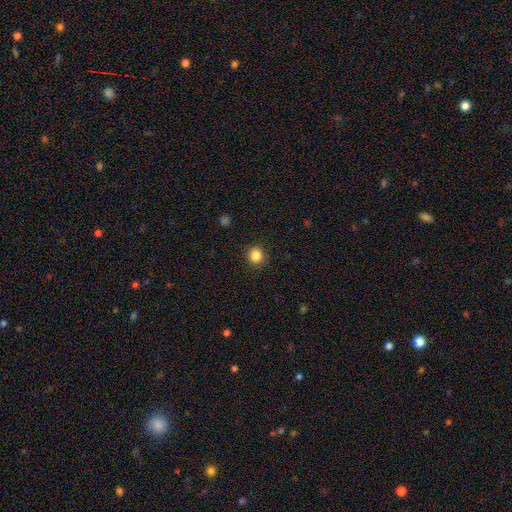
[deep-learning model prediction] Q: Smooth or featured?
A: smooth (84%); runner-up: star or artifact (11%)
Q: How rounded?
A: round (89%); runner-up: in between (10%)
Q: Merging?
A: none (90%); runner-up: minor disturbance (7%)